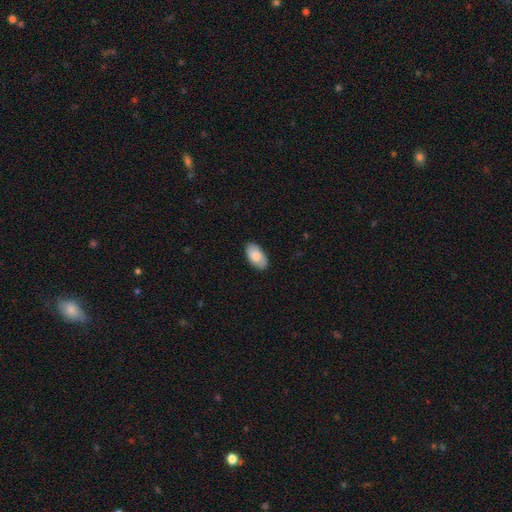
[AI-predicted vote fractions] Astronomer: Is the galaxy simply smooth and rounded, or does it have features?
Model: smooth — 82%.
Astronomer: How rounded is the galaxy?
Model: in between — 95%.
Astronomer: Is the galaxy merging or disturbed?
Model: none — 87%.